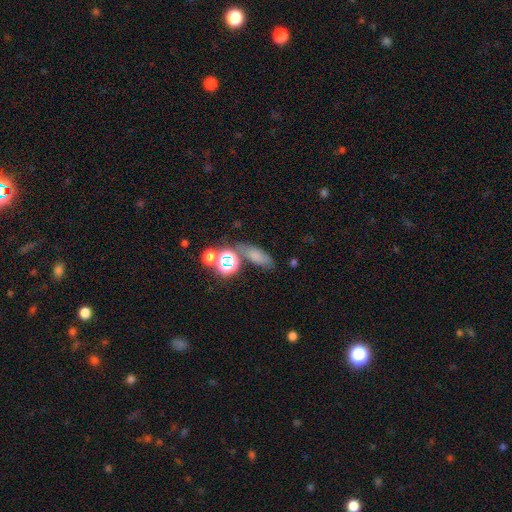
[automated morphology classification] Q: Smooth or featured?
A: smooth (65%); runner-up: star or artifact (20%)
Q: How rounded?
A: in between (62%); runner-up: cigar-shaped (21%)
Q: Merging?
A: none (57%); runner-up: merger (18%)